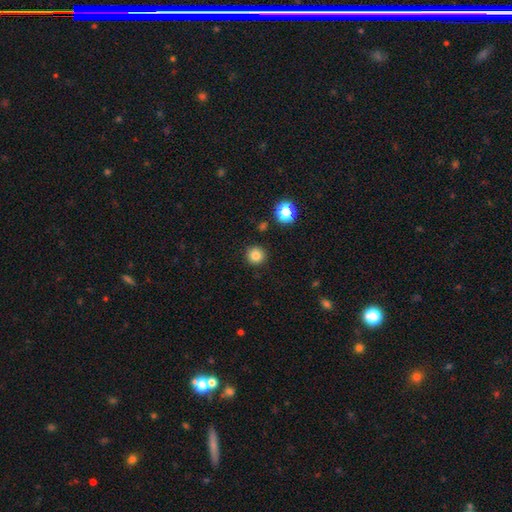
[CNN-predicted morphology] Smooth or featured?
  - smooth: 82% *
  - star or artifact: 13%
  - featured or disk: 5%
How rounded?
  - round: 95% *
  - in between: 4%
  - cigar-shaped: 1%
Merging?
  - none: 91% *
  - minor disturbance: 5%
  - major disturbance: 2%
  - merger: 2%